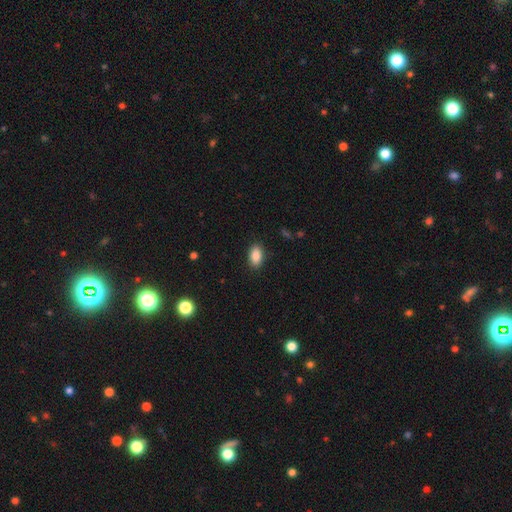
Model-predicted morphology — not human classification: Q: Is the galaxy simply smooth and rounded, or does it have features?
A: smooth — 88%.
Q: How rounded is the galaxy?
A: in between — 92%.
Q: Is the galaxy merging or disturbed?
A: none — 88%.